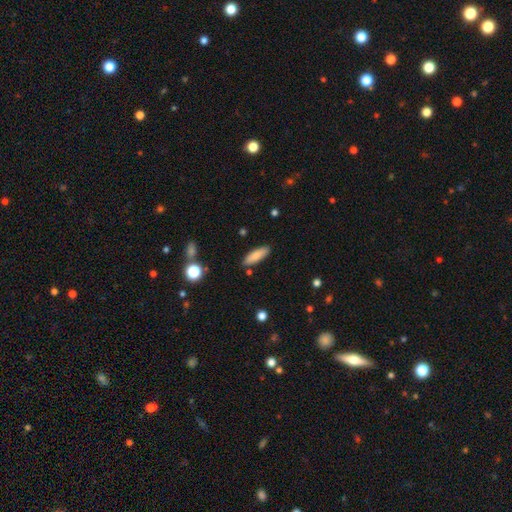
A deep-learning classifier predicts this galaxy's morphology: This appears to be a smooth galaxy with no disk features (82%) that is in between round and cigar-shaped (50%). Merging: none (86%).